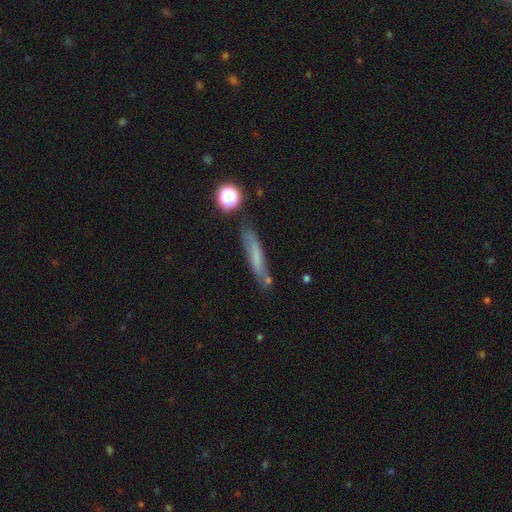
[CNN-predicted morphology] Overall: smooth (60%; featured or disk 28%). How rounded: cigar-shaped (87%). Merging: none (70%).